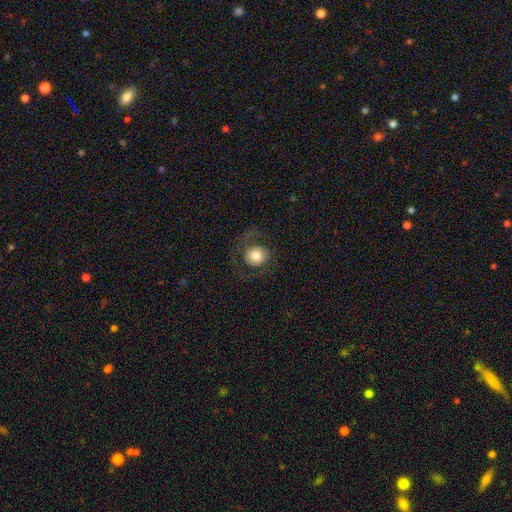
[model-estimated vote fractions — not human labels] A smooth galaxy with no disk features (70%) that is round (83%). Merging: none (69%).